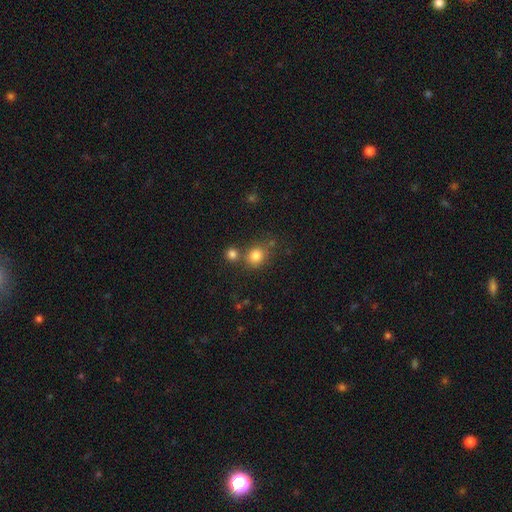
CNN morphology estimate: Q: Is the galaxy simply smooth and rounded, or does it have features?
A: smooth — 81%.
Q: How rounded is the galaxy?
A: round — 77%.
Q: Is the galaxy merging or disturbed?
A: none — 63%.